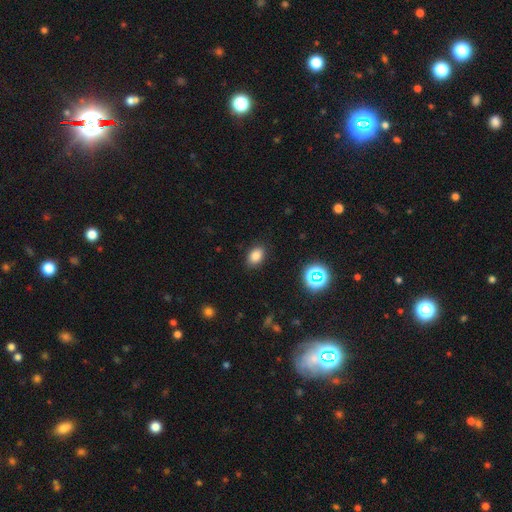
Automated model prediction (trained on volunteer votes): The model was most divided on "how rounded": in between: 79%, round: 19%, cigar-shaped: 1%. More confident: merging — none (87%); smooth or featured — smooth (82%).